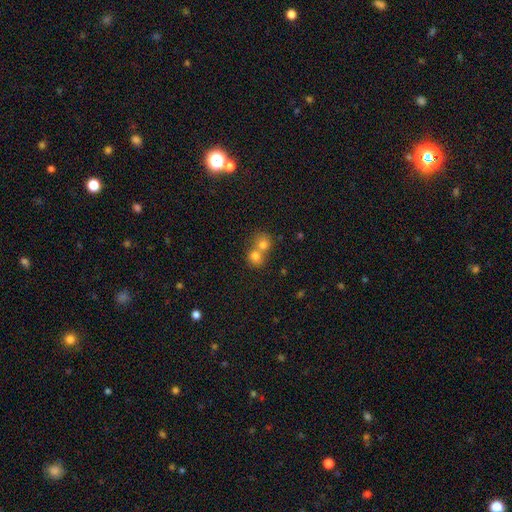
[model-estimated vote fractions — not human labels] Morphology: type=smooth (75%); roundness=round (77%); merging=merger (65%).